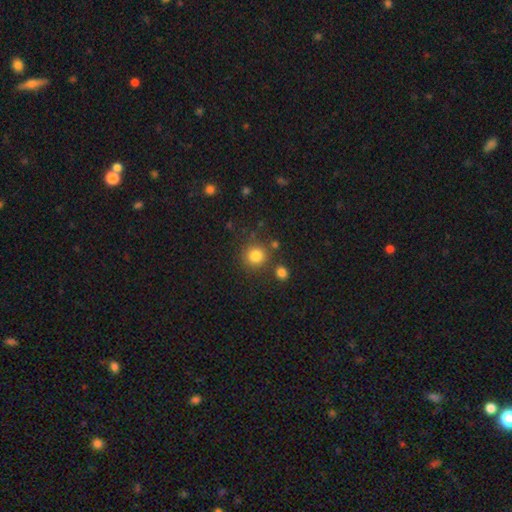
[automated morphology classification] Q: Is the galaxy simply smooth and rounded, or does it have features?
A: smooth — 82%.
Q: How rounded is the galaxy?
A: round — 90%.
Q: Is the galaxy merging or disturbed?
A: none — 79%.